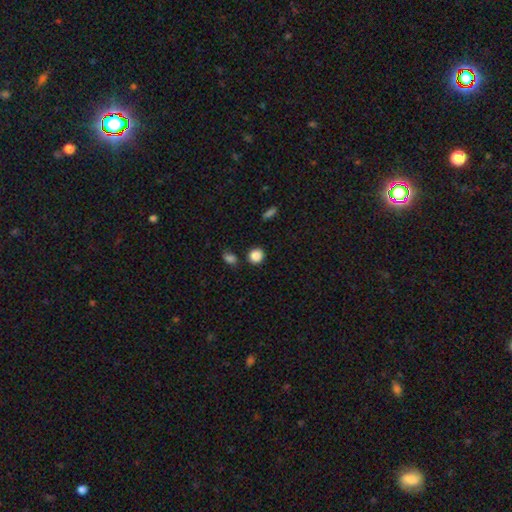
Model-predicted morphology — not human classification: Overall: smooth (87%). How rounded: round (86%). Merging: none (84%).